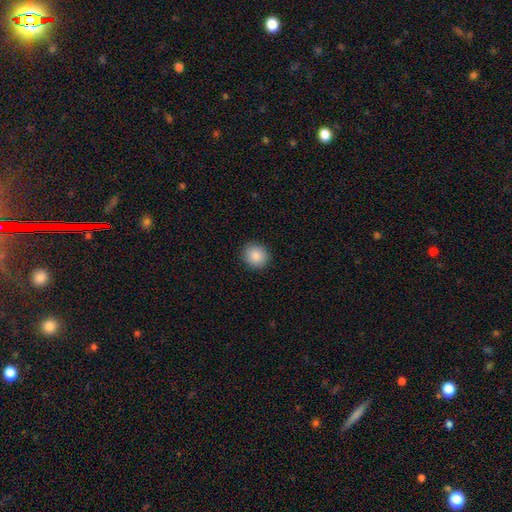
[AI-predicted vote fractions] Overall: smooth (88%). How rounded: round (87%). Merging: none (91%).